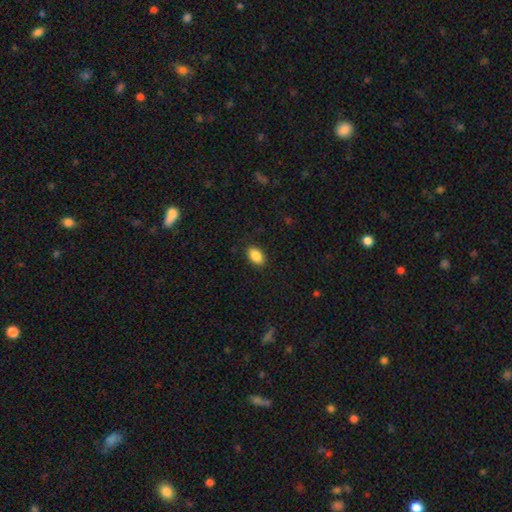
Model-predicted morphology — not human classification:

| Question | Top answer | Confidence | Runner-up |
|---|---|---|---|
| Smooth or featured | smooth | 88% | star or artifact (8%) |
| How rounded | in between | 90% | round (9%) |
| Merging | none | 88% | minor disturbance (8%) |